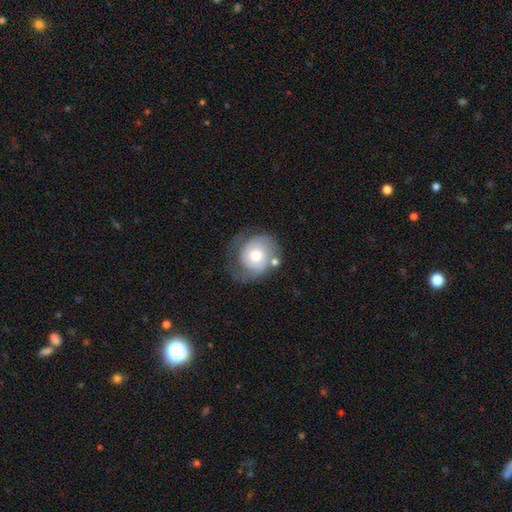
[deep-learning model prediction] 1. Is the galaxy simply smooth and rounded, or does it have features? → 57% featured or disk, 37% smooth, 7% star or artifact.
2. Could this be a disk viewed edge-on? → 97% no, 3% yes.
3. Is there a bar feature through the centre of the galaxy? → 78% no, 19% weak, 3% strong.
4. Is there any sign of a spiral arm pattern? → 78% yes, 22% no.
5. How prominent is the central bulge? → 68% moderate, 18% large, 11% small, 2% dominant, 1% none.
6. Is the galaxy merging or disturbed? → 46% none, 26% minor disturbance, 20% major disturbance, 8% merger.